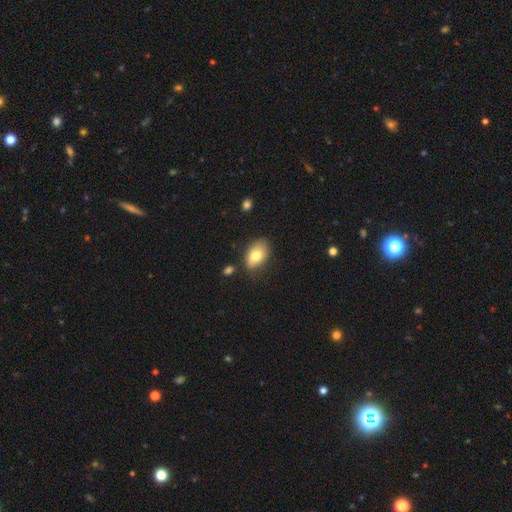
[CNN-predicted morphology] The model was most divided on "merging": none: 74%, minor disturbance: 19%, major disturbance: 4%, merger: 3%. More confident: how rounded — in between (88%); smooth or featured — smooth (77%).